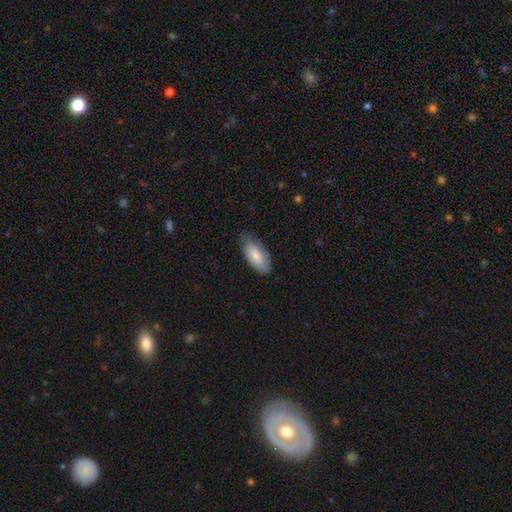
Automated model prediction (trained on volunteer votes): Smooth or featured? smooth (77%)
How rounded? in between (90%)
Merging? none (68%)